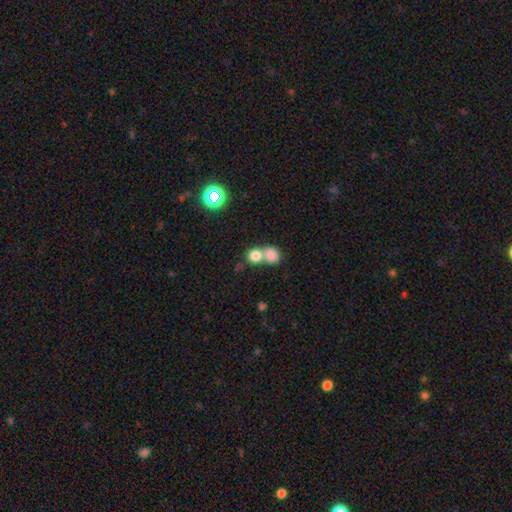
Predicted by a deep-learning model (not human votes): Q: Smooth or featured?
A: smooth (80%); runner-up: star or artifact (11%)
Q: How rounded?
A: round (74%); runner-up: in between (25%)
Q: Merging?
A: merger (62%); runner-up: none (30%)